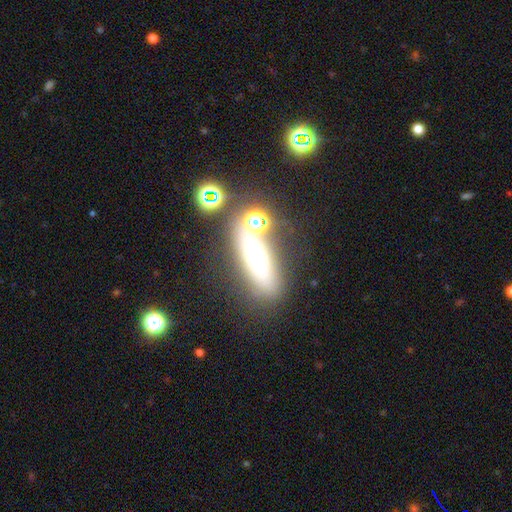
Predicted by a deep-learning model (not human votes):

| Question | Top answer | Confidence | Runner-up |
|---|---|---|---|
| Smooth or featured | smooth | 49% | featured or disk (31%) |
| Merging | none | 63% | merger (16%) |